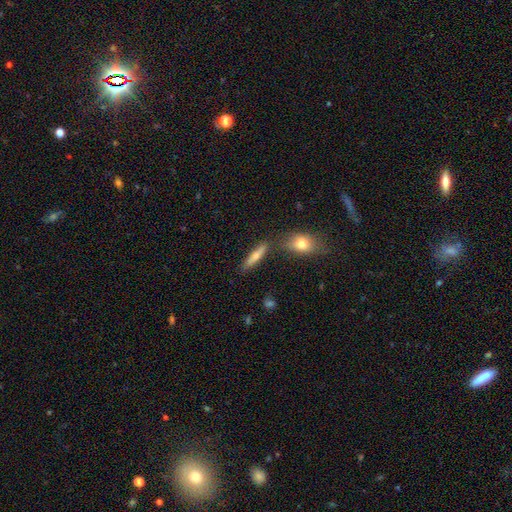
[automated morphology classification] Smooth or featured? Predicted: smooth (p=0.60). How rounded? Predicted: cigar-shaped (p=0.80). Merging? Predicted: none (p=0.75).